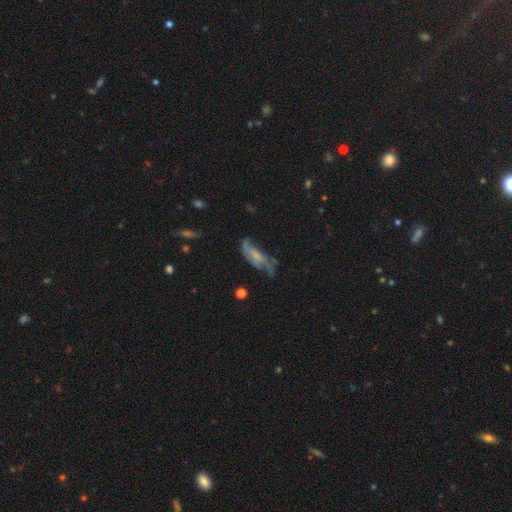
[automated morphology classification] The model was most divided on "merging": none: 44%, minor disturbance: 30%, major disturbance: 22%, merger: 4%. More confident: edge-on disk — no (80%); smooth or featured — featured or disk (53%).